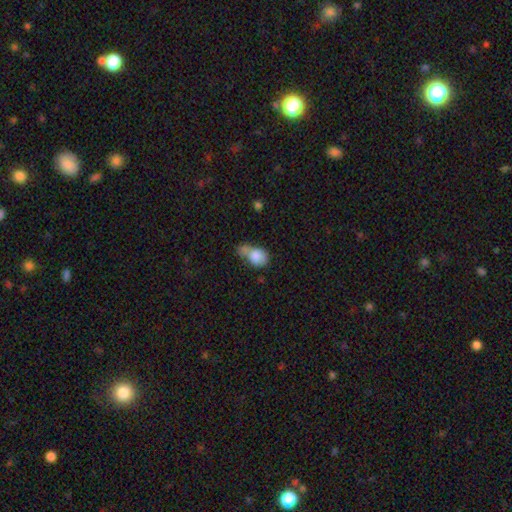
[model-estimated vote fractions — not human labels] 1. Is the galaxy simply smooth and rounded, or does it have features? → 80% smooth, 11% featured or disk, 9% star or artifact.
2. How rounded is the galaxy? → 59% in between, 39% round, 2% cigar-shaped.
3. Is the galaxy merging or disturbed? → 45% merger, 21% none, 19% minor disturbance, 15% major disturbance.